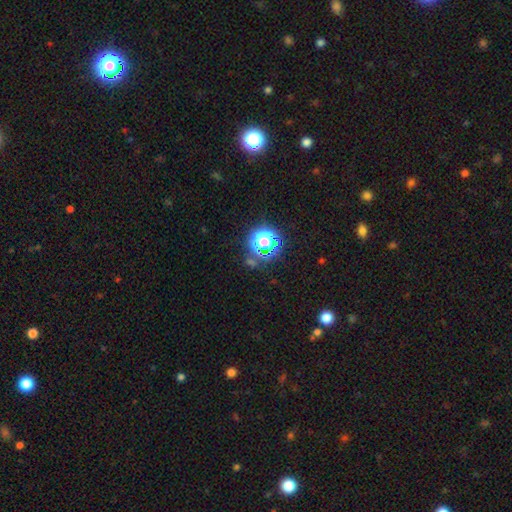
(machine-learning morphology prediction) This is likely a star or artifact rather than a galaxy (74%).